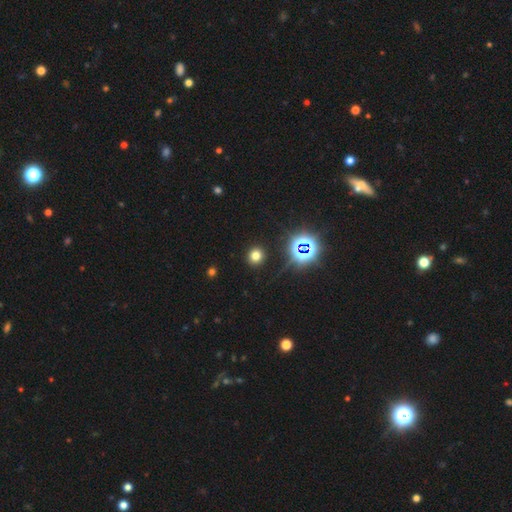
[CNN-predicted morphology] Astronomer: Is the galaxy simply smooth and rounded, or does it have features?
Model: smooth — 71%.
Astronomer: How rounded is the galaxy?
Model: round — 86%.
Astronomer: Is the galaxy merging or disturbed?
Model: none — 90%.